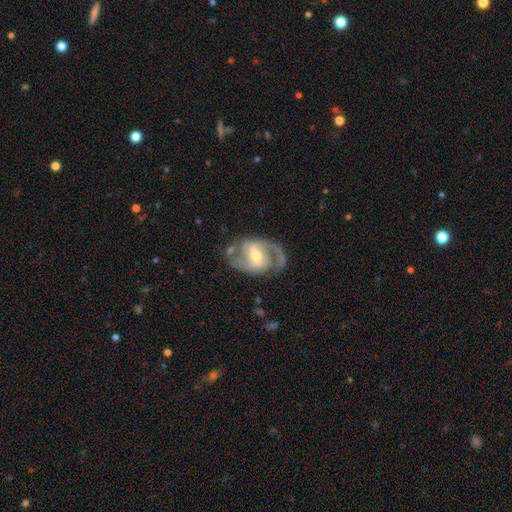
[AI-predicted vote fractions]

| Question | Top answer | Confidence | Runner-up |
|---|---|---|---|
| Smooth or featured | featured or disk | 90% | smooth (5%) |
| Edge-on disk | no | 97% | yes (3%) |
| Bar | weak | 51% | strong (29%) |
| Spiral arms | yes | 97% | no (3%) |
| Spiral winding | medium | 58% | loose (21%) |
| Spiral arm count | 2 | 84% | 3 (6%) |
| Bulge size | moderate | 53% | small (42%) |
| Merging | none | 69% | minor disturbance (18%) |